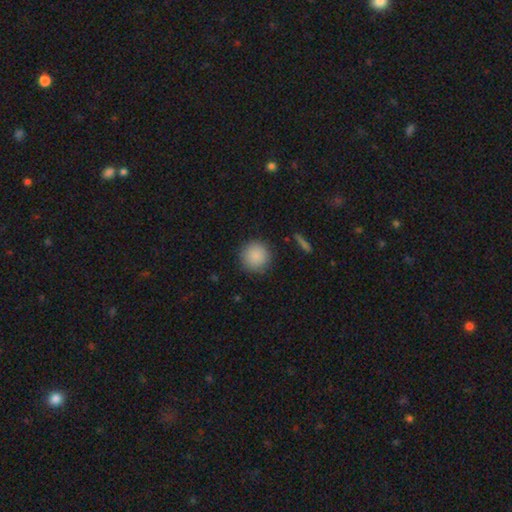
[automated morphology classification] Smooth or featured? Predicted: smooth (p=0.88). How rounded? Predicted: round (p=0.95). Merging? Predicted: none (p=0.89).